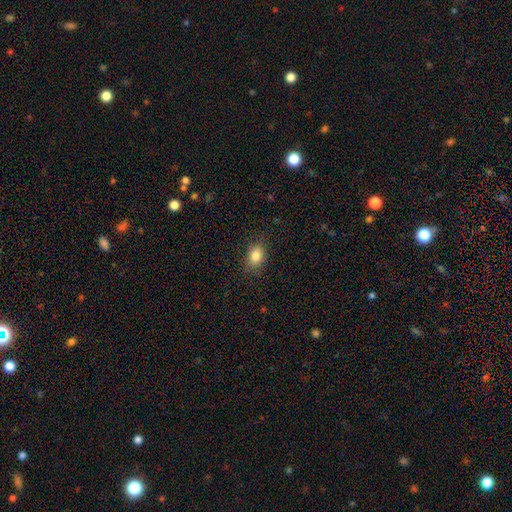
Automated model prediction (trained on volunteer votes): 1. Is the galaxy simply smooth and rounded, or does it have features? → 85% smooth, 9% star or artifact, 6% featured or disk.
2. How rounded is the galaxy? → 73% in between, 25% round, 1% cigar-shaped.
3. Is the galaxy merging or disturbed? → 82% none, 13% minor disturbance, 3% major disturbance, 1% merger.